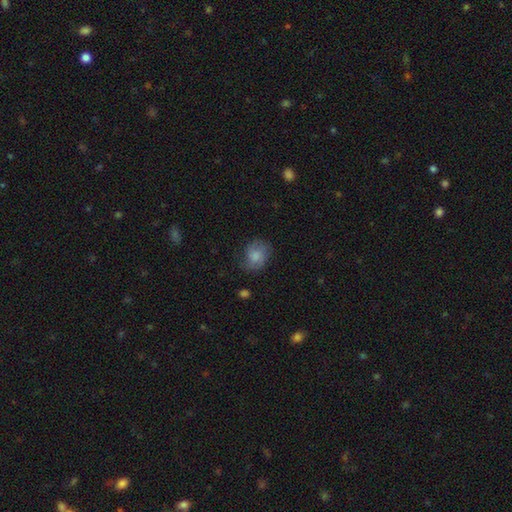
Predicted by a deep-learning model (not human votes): A smooth galaxy with no disk features (73%) that is round (57%). Merging: none (61%).